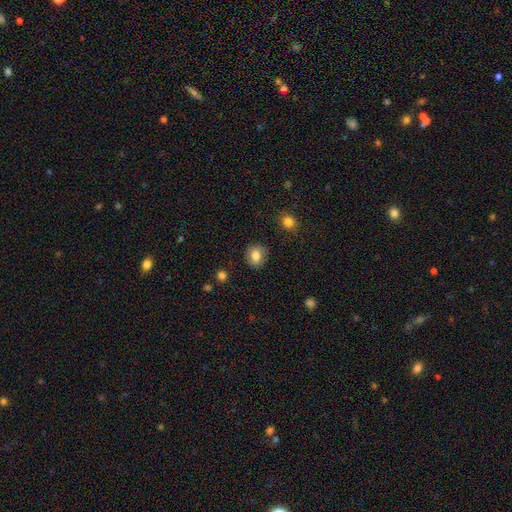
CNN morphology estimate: Smooth or featured? Predicted: smooth (p=0.81). How rounded? Predicted: round (p=0.63). Merging? Predicted: none (p=0.83).